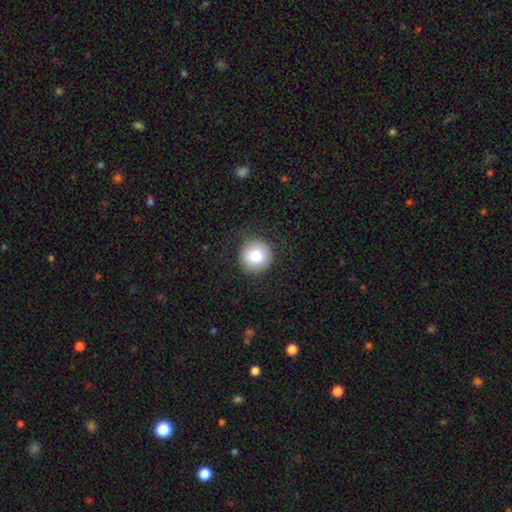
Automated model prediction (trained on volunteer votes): Q: Smooth or featured?
A: smooth (78%); runner-up: featured or disk (12%)
Q: How rounded?
A: round (96%); runner-up: in between (3%)
Q: Merging?
A: none (87%); runner-up: minor disturbance (9%)